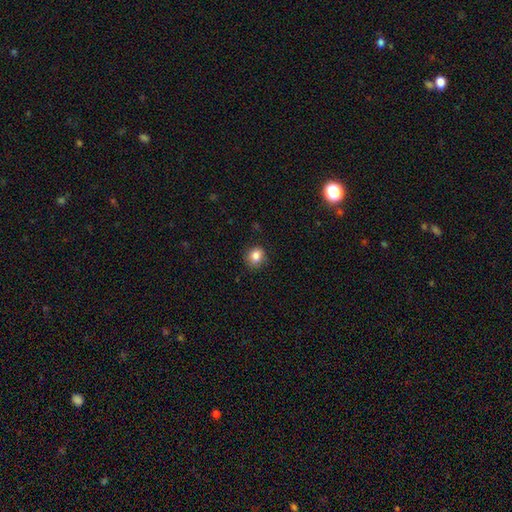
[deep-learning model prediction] Smooth or featured?
  - smooth: 84% *
  - star or artifact: 10%
  - featured or disk: 6%
How rounded?
  - round: 82% *
  - in between: 17%
  - cigar-shaped: 1%
Merging?
  - none: 83% *
  - minor disturbance: 13%
  - major disturbance: 3%
  - merger: 1%